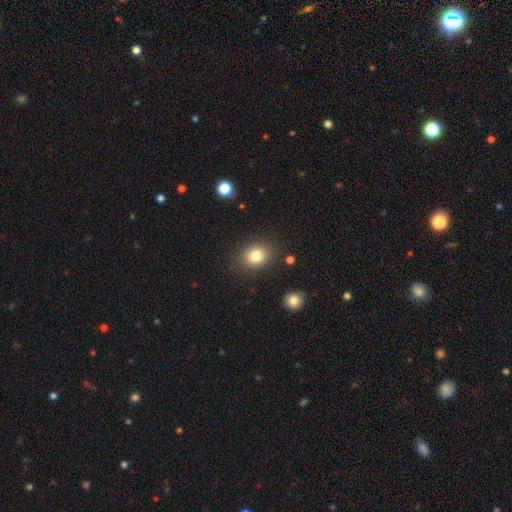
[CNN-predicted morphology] Smooth or featured? Predicted: smooth (p=0.81). How rounded? Predicted: round (p=0.52). Merging? Predicted: none (p=0.84).